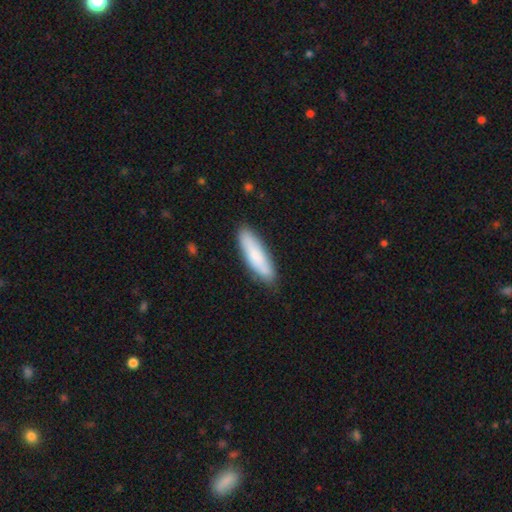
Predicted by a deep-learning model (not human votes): Smooth or featured?
  - smooth: 78% *
  - featured or disk: 17%
  - star or artifact: 6%
How rounded?
  - cigar-shaped: 65% *
  - in between: 34%
  - round: 1%
Merging?
  - none: 83% *
  - minor disturbance: 14%
  - major disturbance: 2%
  - merger: 1%